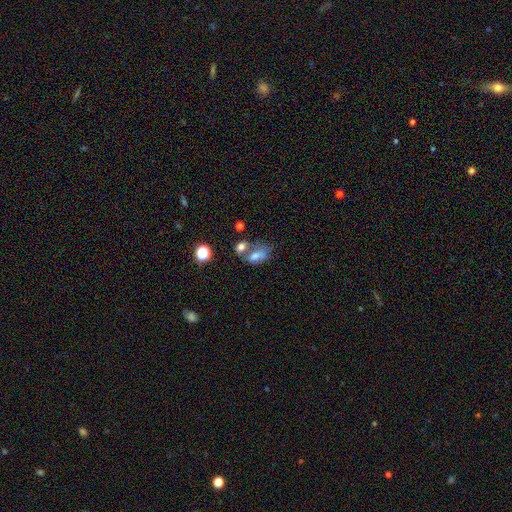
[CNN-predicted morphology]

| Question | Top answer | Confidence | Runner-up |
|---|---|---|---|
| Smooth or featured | smooth | 71% | featured or disk (16%) |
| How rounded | in between | 83% | round (12%) |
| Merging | merger | 40% | none (30%) |